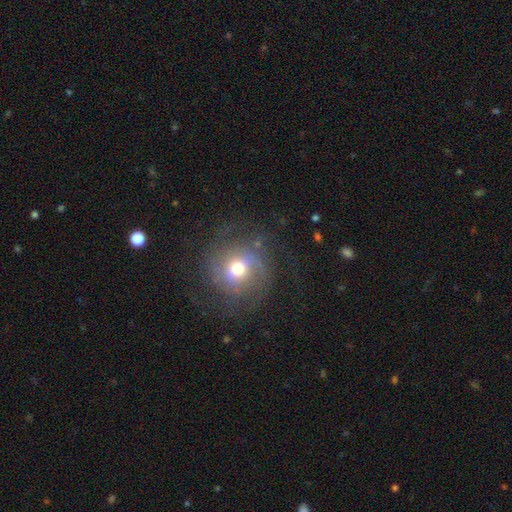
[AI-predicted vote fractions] A featured or disk galaxy (51%).

Vote fractions:
- Smooth or featured? featured or disk: 51% / smooth: 32% / star or artifact: 16%
- Edge-on disk? no: 96% / yes: 4%
- Merging? none: 74% / minor disturbance: 14% / major disturbance: 11% / merger: 1%